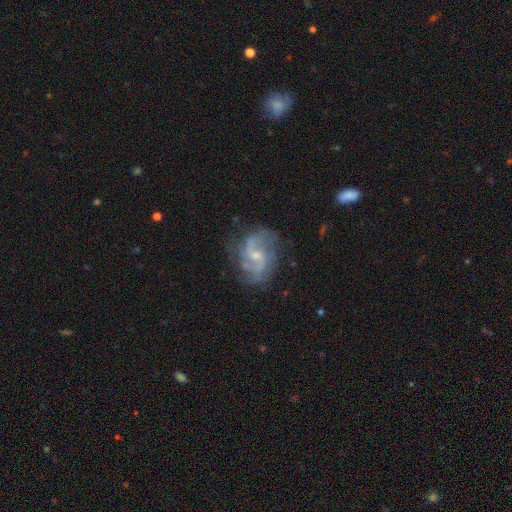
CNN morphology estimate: Overall: featured or disk (85%). Edge-on disk: no (98%). Bar: weak (53%; no 35%). Spiral arms: yes (95%). Spiral arm count: 2 (75%). Spiral winding: medium (47%; loose 37%). Bulge size: small (63%; moderate 31%). Merging: none (71%).